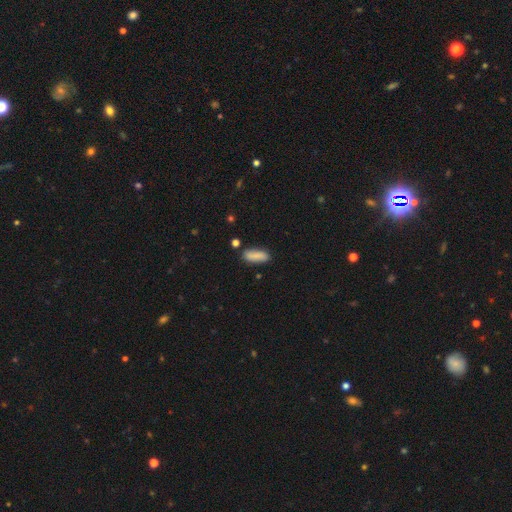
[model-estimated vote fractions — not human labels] A smooth galaxy with no disk features (84%) that is in between round and cigar-shaped (63%).

Vote fractions:
- Smooth or featured? smooth: 84% / featured or disk: 9% / star or artifact: 7%
- How rounded? in between: 63% / cigar-shaped: 35% / round: 2%
- Merging? none: 78% / minor disturbance: 14% / merger: 5% / major disturbance: 3%